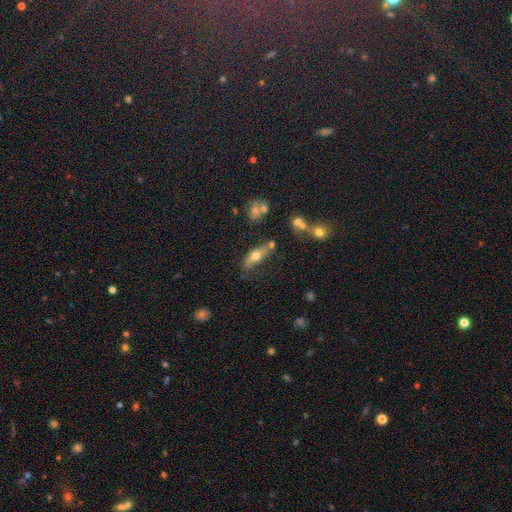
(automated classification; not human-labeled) Morphology: type=smooth (52%); roundness=in between (55%); merging=none (62%).